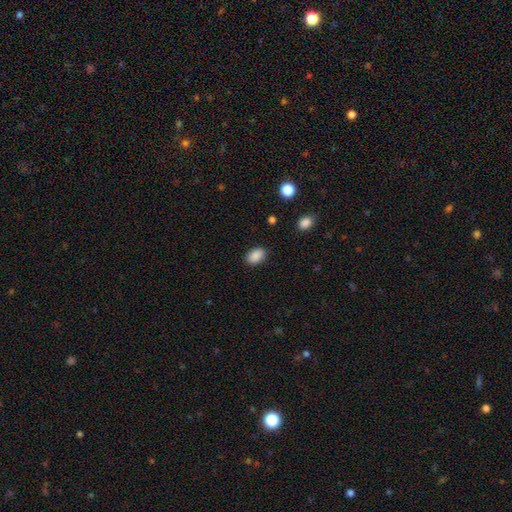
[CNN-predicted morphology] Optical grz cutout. It shows a smooth galaxy with no disk features (88%) that is in between round and cigar-shaped (85%). Merging: none (87%).